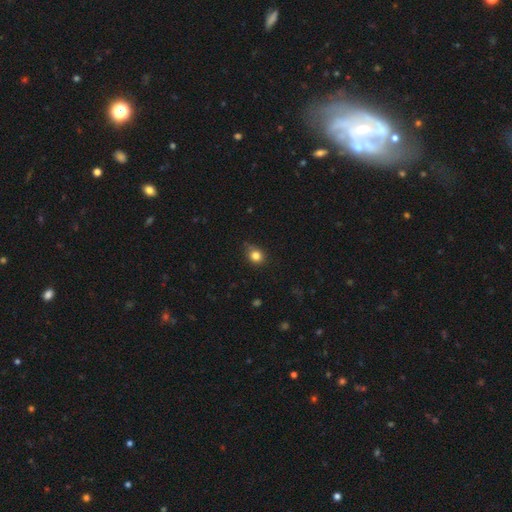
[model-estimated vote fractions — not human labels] A smooth galaxy with no disk features (82%) that is round (74%).

Vote fractions:
- Smooth or featured? smooth: 82% / star or artifact: 12% / featured or disk: 6%
- How rounded? round: 74% / in between: 25% / cigar-shaped: 1%
- Merging? none: 73% / minor disturbance: 22% / major disturbance: 4% / merger: 2%